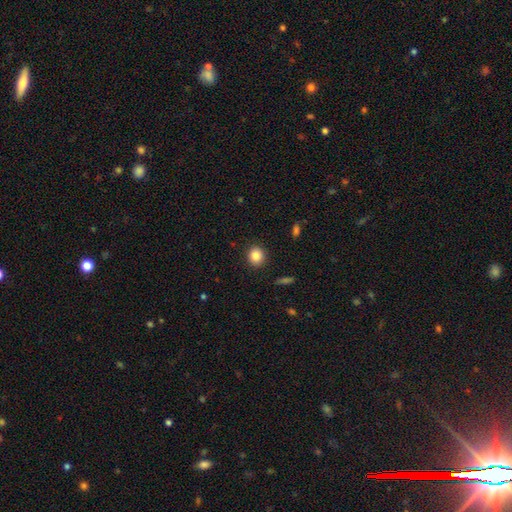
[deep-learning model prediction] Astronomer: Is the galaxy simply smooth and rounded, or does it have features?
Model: smooth — 85%.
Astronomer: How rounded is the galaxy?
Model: round — 80%.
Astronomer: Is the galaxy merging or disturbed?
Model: none — 90%.